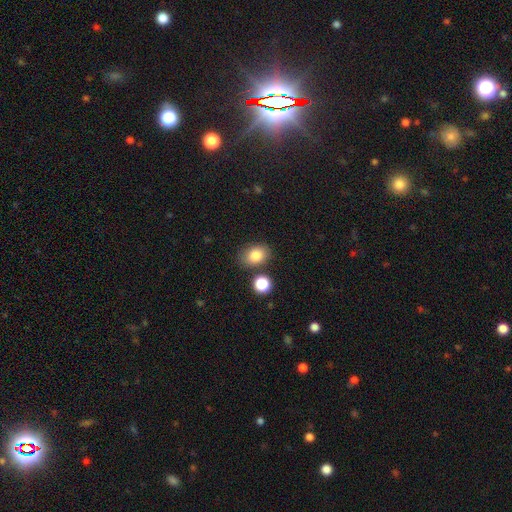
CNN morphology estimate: A smooth galaxy with no disk features (84%) that is in between round and cigar-shaped (72%). Merging: none (78%).